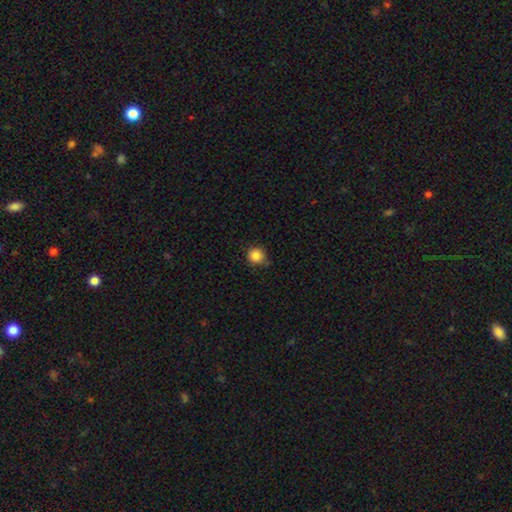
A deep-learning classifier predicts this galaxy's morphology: This is clearly a smooth galaxy (85%). How rounded: clearly round (94%). Merging: likely none (78%).